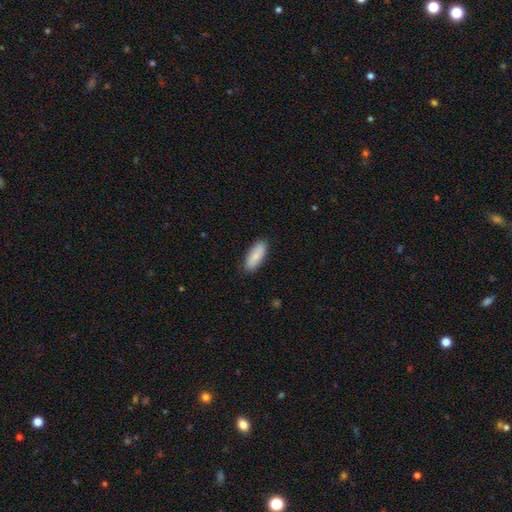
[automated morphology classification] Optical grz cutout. It shows a smooth galaxy with no disk features (81%) that is in between round and cigar-shaped (78%). Merging: none (87%).